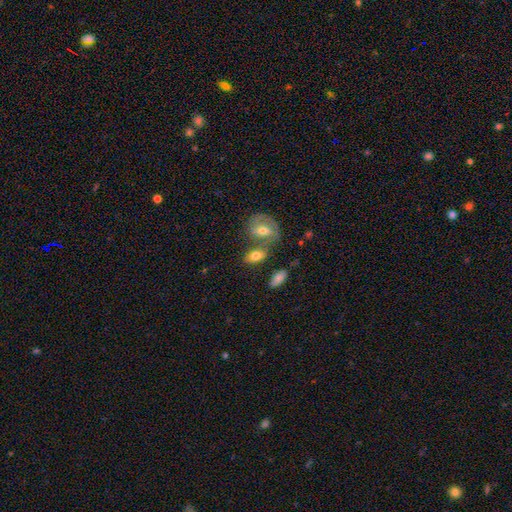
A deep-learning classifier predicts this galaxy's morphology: The model was most divided on "merging": none: 47%, merger: 35%, minor disturbance: 13%, major disturbance: 5%. More confident: how rounded — in between (85%); smooth or featured — smooth (70%).